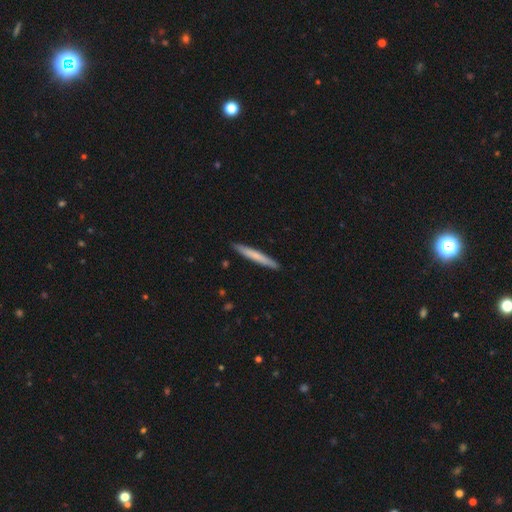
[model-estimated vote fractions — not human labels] The model was most divided on "smooth or featured": smooth: 70%, featured or disk: 25%, star or artifact: 5%. More confident: how rounded — cigar-shaped (96%); merging — none (91%).